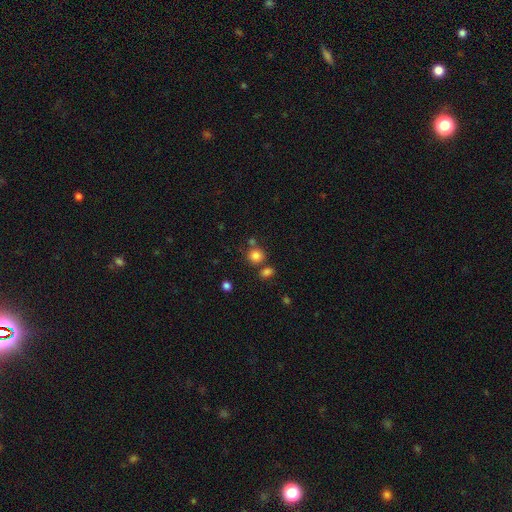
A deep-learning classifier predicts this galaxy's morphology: Smooth or featured: smooth — 82% (star or artifact — 13%)
How rounded: round — 86% (in between — 13%)
Merging: none — 69% (merger — 17%)